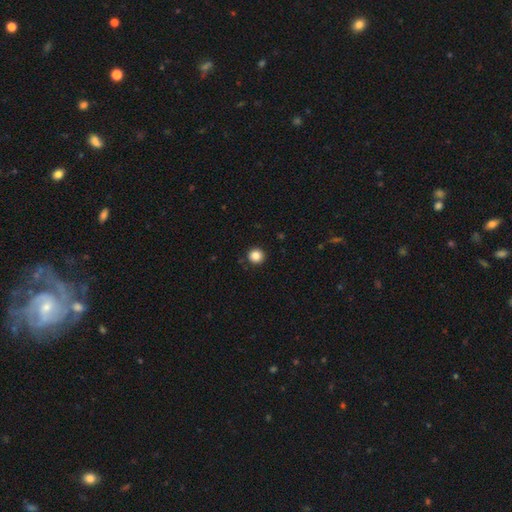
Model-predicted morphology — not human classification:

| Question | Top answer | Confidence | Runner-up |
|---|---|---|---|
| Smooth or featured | smooth | 85% | star or artifact (11%) |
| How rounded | round | 95% | in between (5%) |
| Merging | none | 92% | minor disturbance (6%) |